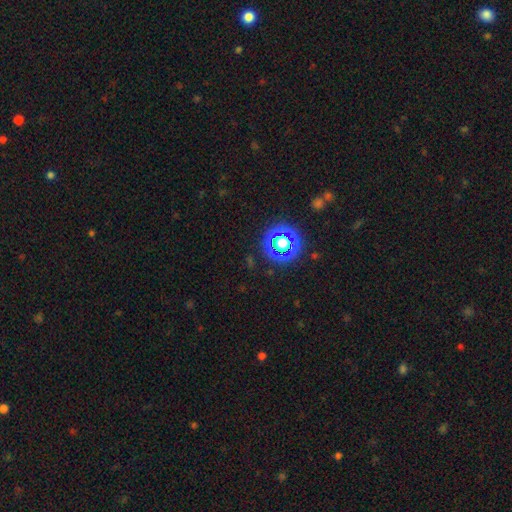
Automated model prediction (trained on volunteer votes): Morphology: type=star or artifact (78%).